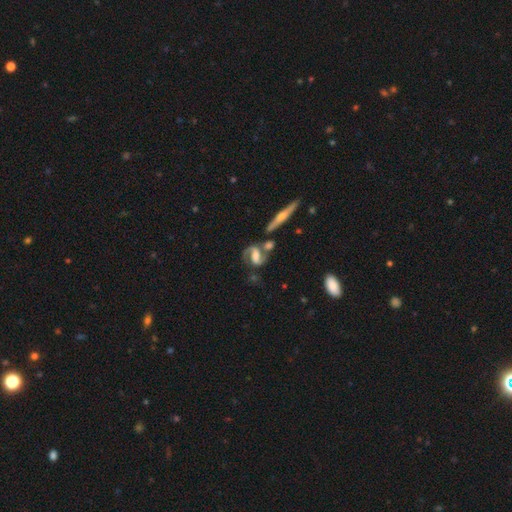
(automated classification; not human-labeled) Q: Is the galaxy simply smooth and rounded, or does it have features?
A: featured or disk — 86%.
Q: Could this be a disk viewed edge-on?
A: no — 94%.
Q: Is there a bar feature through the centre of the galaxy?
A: weak — 42%.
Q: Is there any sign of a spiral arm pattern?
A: yes — 96%.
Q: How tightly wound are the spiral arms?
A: medium — 56%.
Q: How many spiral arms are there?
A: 2 — 92%.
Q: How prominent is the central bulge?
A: moderate — 49%.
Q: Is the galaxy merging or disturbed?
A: none — 61%.